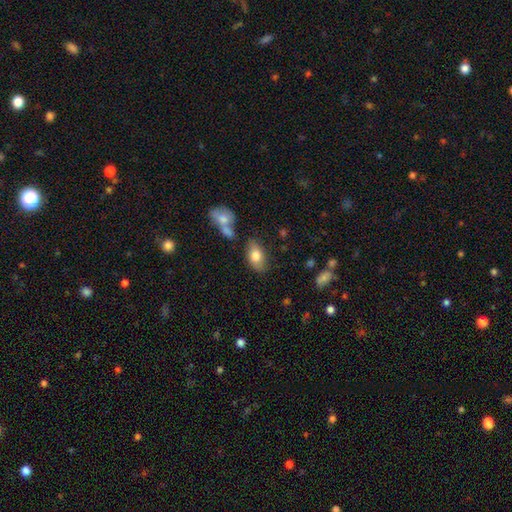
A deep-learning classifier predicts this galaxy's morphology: smooth 78%, featured or disk 14%, star or artifact 7%. Down the decision tree: how rounded — in between (91%); merging — none (72%).